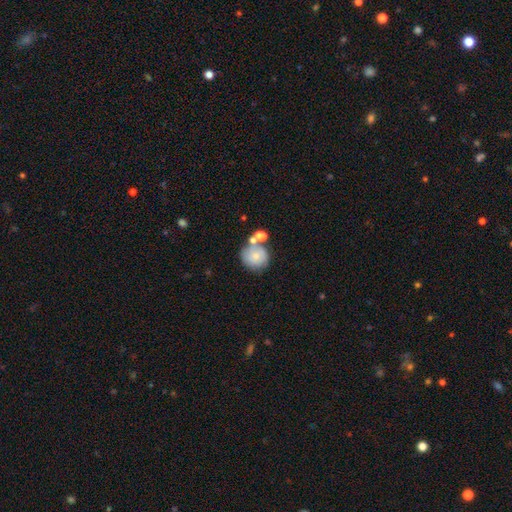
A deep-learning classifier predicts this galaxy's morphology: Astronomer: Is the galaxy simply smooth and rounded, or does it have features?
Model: smooth — 64%.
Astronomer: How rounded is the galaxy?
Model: round — 86%.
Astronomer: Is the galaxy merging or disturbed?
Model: none — 51%.